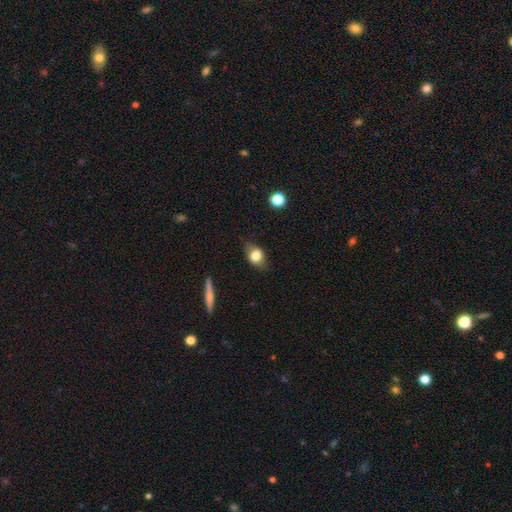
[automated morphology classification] Smooth or featured? Predicted: smooth (p=0.69). How rounded? Predicted: in between (p=0.71). Merging? Predicted: none (p=0.75).